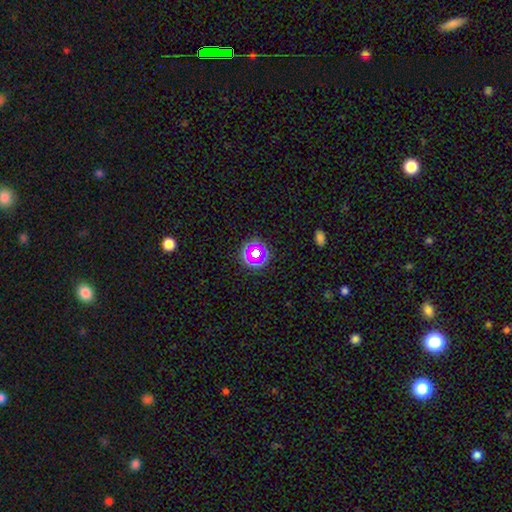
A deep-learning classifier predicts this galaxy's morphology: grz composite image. It shows a smooth galaxy with no disk features (42%, tied with star or artifact). Merging: none (80%).